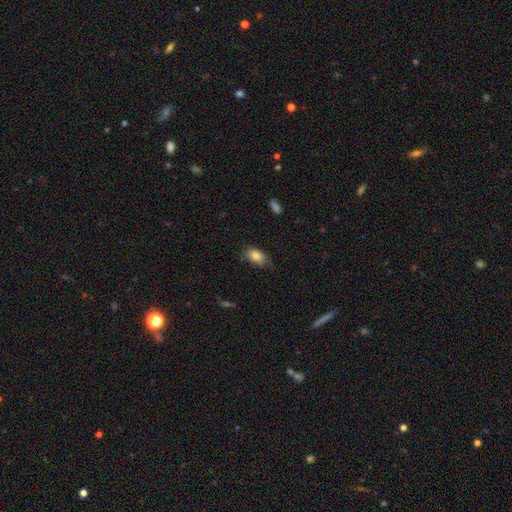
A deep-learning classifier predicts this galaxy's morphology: Smooth or featured? Predicted: smooth (p=0.83). How rounded? Predicted: in between (p=0.90). Merging? Predicted: none (p=0.73).